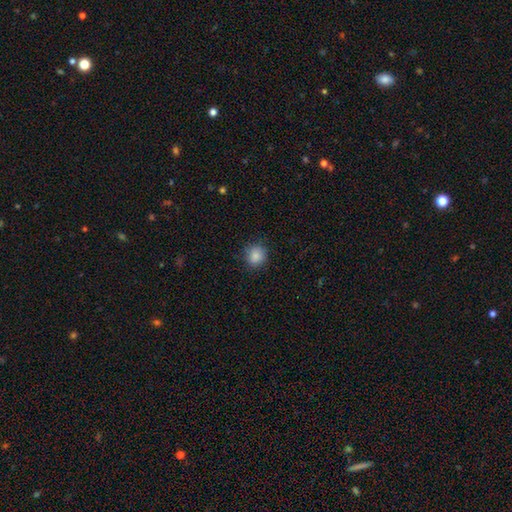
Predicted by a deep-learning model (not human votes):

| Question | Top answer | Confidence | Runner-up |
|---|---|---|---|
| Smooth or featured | smooth | 86% | star or artifact (10%) |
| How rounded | round | 87% | in between (13%) |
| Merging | none | 86% | minor disturbance (10%) |